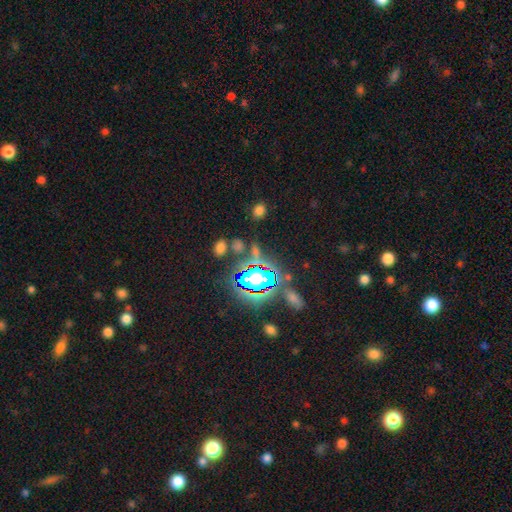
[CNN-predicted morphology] Overall: star or artifact (67%).